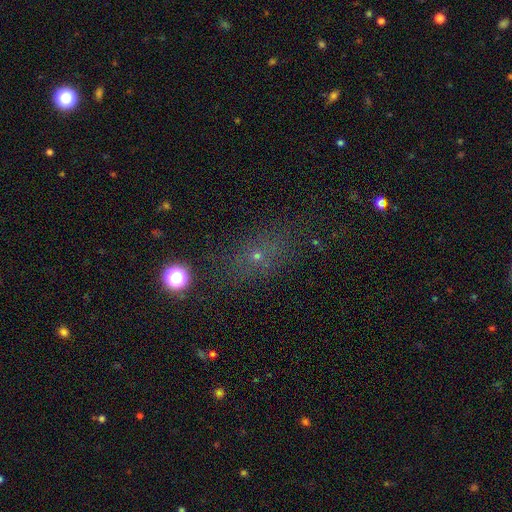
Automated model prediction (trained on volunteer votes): smooth-or-featured: smooth: 47% | star or artifact: 33% | featured or disk: 19%
  merging: none: 74% | minor disturbance: 15% | major disturbance: 8% | merger: 3%